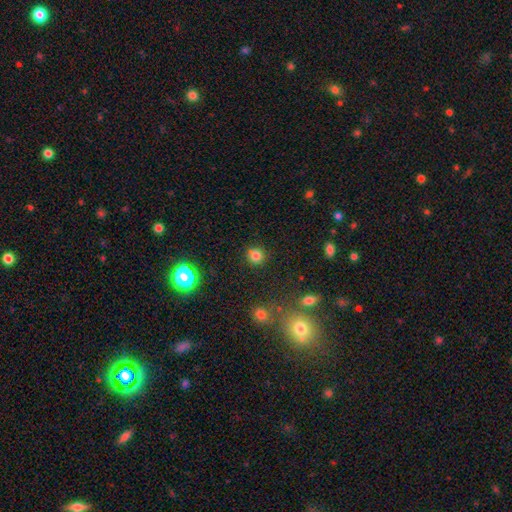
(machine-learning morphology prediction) Smooth or featured? smooth (81%)
How rounded? round (91%)
Merging? none (88%)